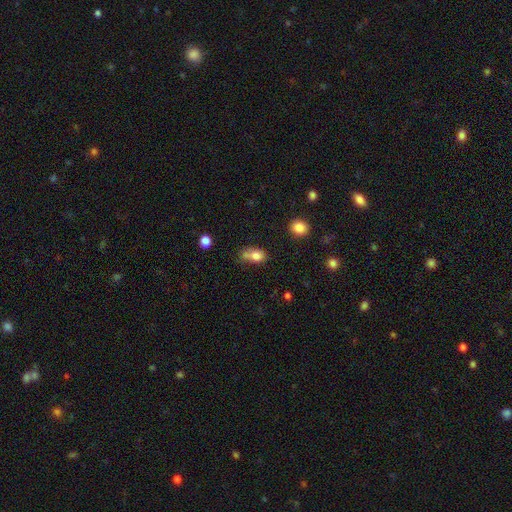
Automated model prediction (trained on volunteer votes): Morphology: type=smooth (78%); roundness=in between (68%); merging=none (39%).